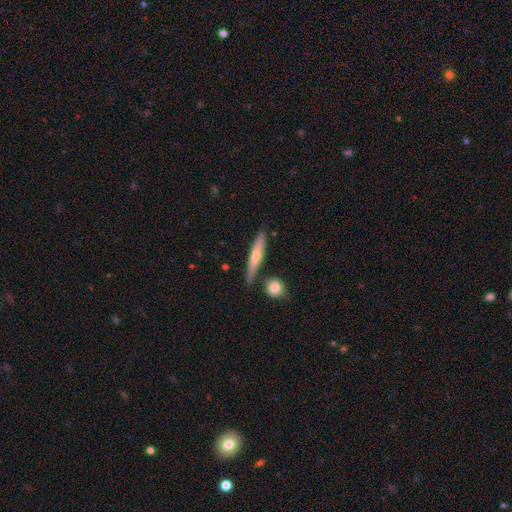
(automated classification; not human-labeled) Morphology: type=smooth (50%); roundness=cigar-shaped (90%); merging=none (80%).